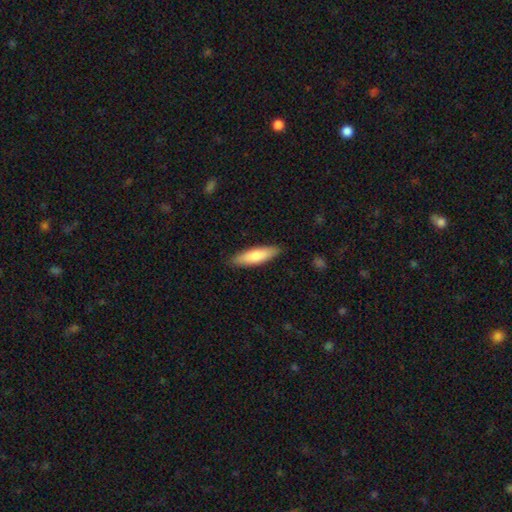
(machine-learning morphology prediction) This appears to be a smooth galaxy with no disk features (80%) that is cigar-shaped (57%). Merging: none (87%).